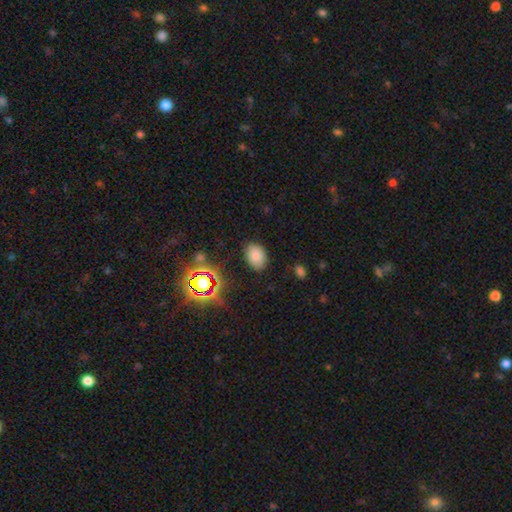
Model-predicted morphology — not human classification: Smooth or featured: smooth — 77% (star or artifact — 16%)
How rounded: in between — 81% (round — 18%)
Merging: none — 83% (minor disturbance — 12%)